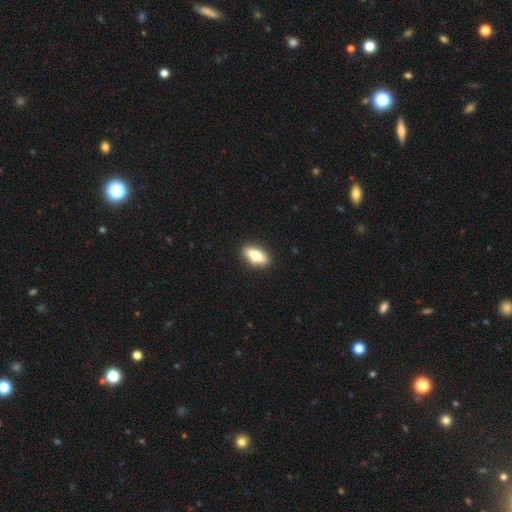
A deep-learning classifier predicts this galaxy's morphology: Smooth or featured? Predicted: smooth (p=0.64). How rounded? Predicted: in between (p=0.77). Merging? Predicted: none (p=0.89).